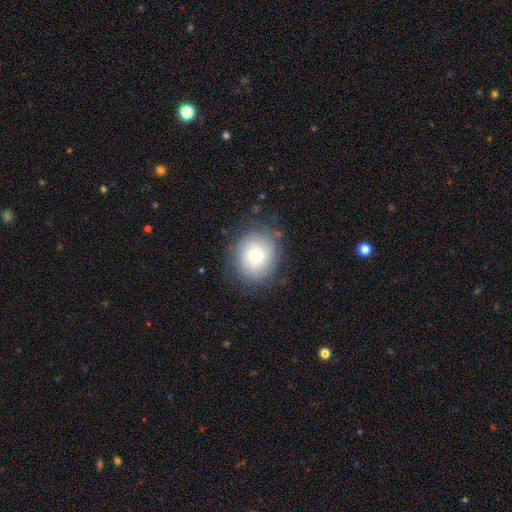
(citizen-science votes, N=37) This appears to be a smooth galaxy with no disk features (51%) that is round (63%). Merging: none (82%).